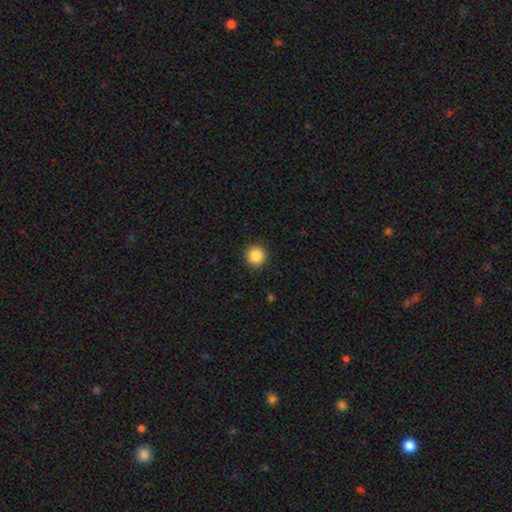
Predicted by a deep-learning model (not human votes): This is clearly a smooth galaxy (87%). How rounded: clearly round (95%). Merging: clearly none (92%).